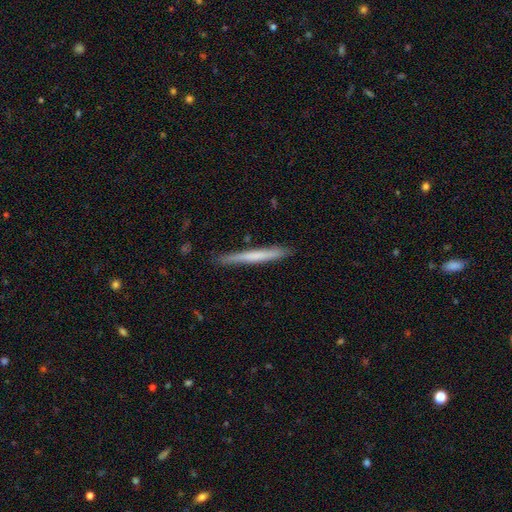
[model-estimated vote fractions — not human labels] Overall: smooth (60%; featured or disk 35%). How rounded: cigar-shaped (97%). Merging: none (86%).